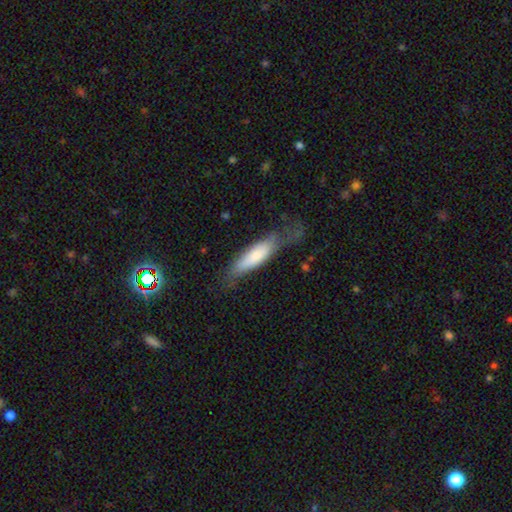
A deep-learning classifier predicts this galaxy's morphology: smooth_or_featured: smooth (p=0.70) [alt: featured or disk p=0.25]
how_rounded: cigar-shaped (p=0.60) [alt: in between p=0.39]
merging: none (p=0.48) [alt: minor disturbance p=0.29]